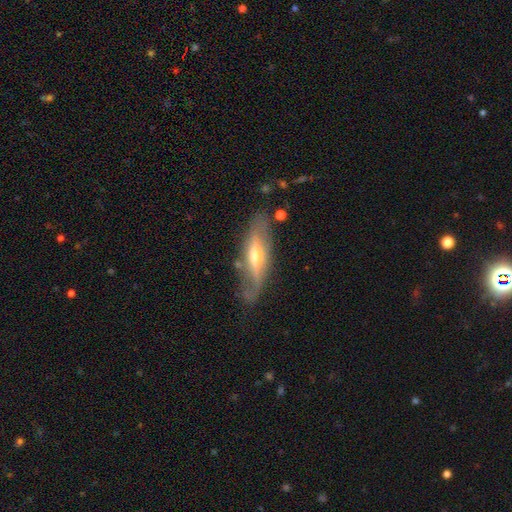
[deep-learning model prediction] featured or disk 62%, smooth 33%, star or artifact 6%. Down the decision tree: edge-on disk — yes (61%); merging — none (68%).